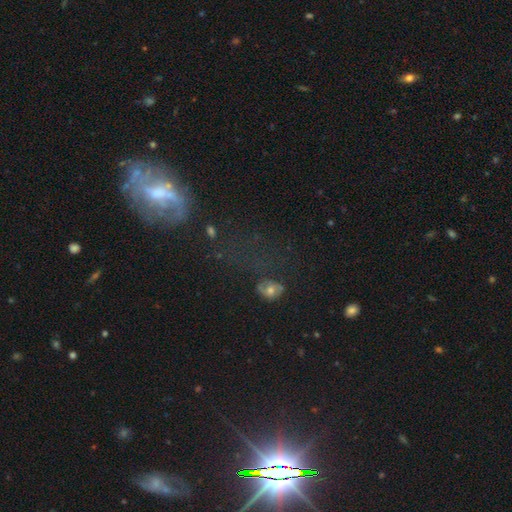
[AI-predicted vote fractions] This is marginally a star or artifact rather than a galaxy (43%).